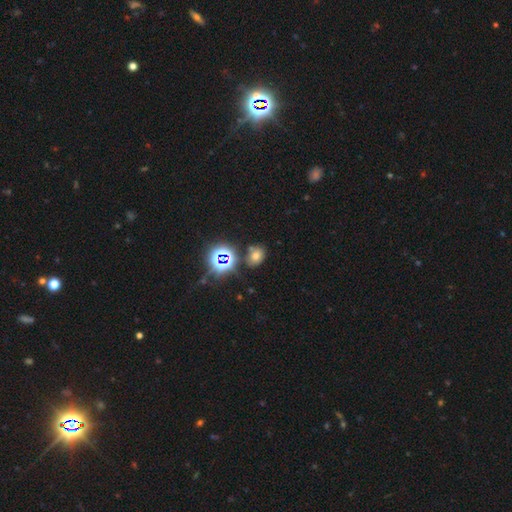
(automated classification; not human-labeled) Smooth or featured: smooth — 58% (star or artifact — 30%)
How rounded: in between — 62% (round — 37%)
Merging: none — 72% (minor disturbance — 14%)